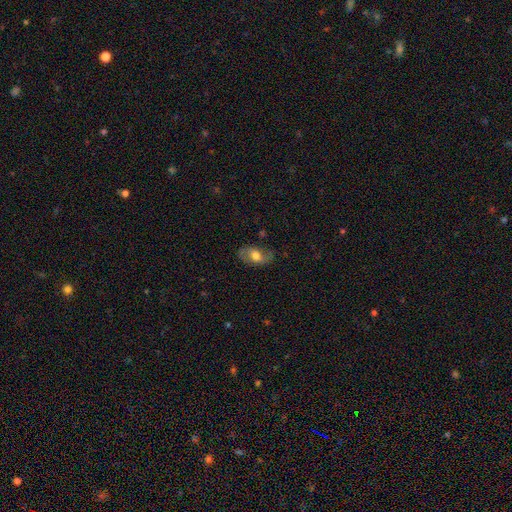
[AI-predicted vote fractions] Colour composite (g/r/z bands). It shows a smooth galaxy with no disk features (50%) that is in between round and cigar-shaped (89%). Merging: none (73%).